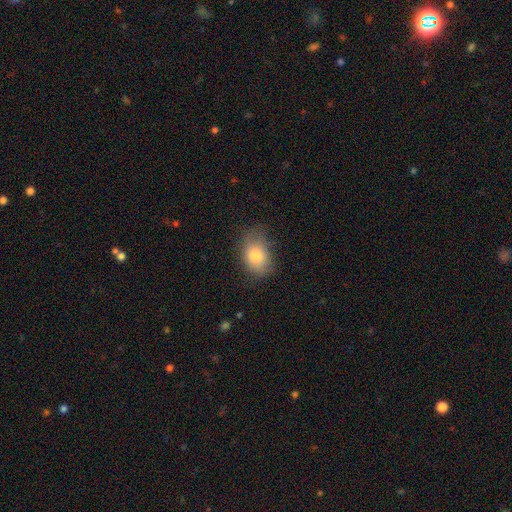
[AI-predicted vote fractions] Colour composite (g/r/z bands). It shows a smooth galaxy with no disk features (79%) that is in between round and cigar-shaped (73%). Merging: none (62%).